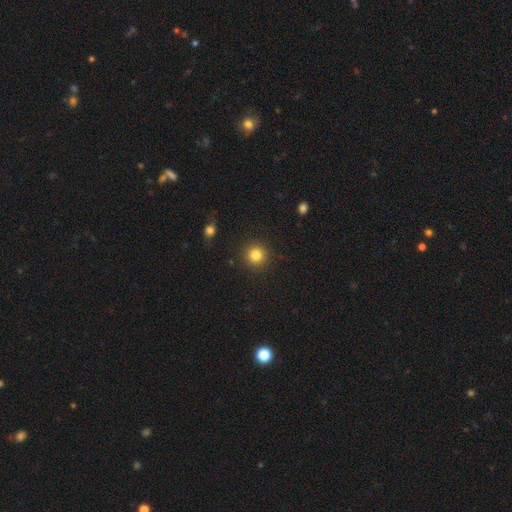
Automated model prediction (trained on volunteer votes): Q: Smooth or featured?
A: smooth (83%); runner-up: star or artifact (12%)
Q: How rounded?
A: round (94%); runner-up: in between (5%)
Q: Merging?
A: none (91%); runner-up: minor disturbance (5%)